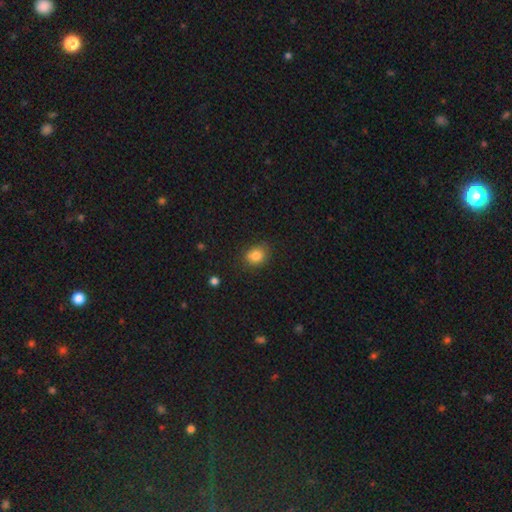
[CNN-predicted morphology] A smooth galaxy with no disk features (83%) that is round (57%). Merging: none (78%).